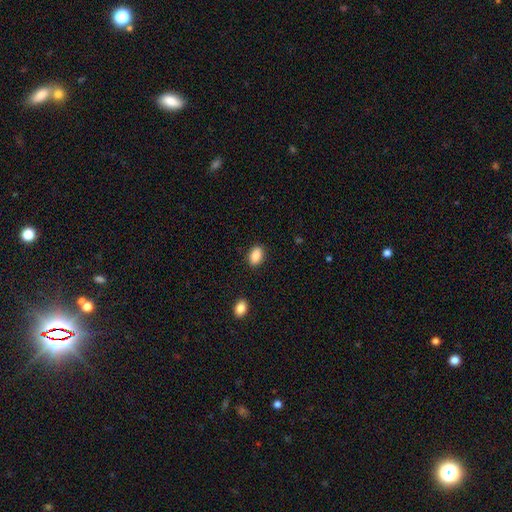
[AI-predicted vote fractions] Overall: smooth (88%). How rounded: in between (88%). Merging: none (87%).